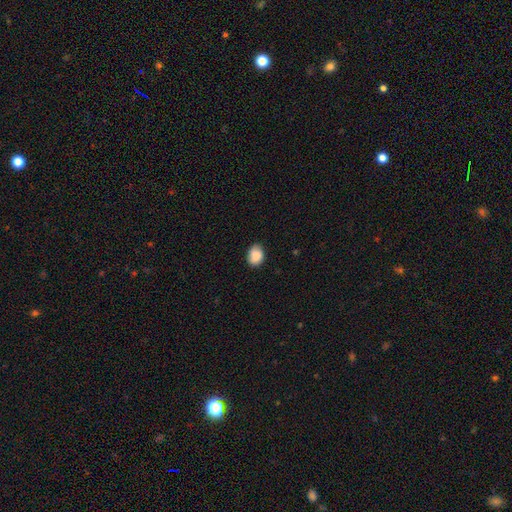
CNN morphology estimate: Smooth or featured? Predicted: smooth (p=0.89). How rounded? Predicted: in between (p=0.65). Merging? Predicted: none (p=0.79).